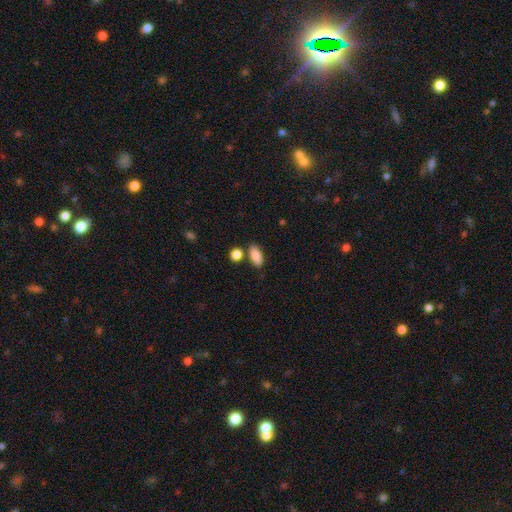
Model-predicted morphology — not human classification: A smooth galaxy with no disk features (87%) that is in between round and cigar-shaped (88%).

Vote fractions:
- Smooth or featured? smooth: 87% / star or artifact: 7% / featured or disk: 5%
- How rounded? in between: 88% / cigar-shaped: 7% / round: 5%
- Merging? none: 75% / minor disturbance: 12% / merger: 10% / major disturbance: 3%